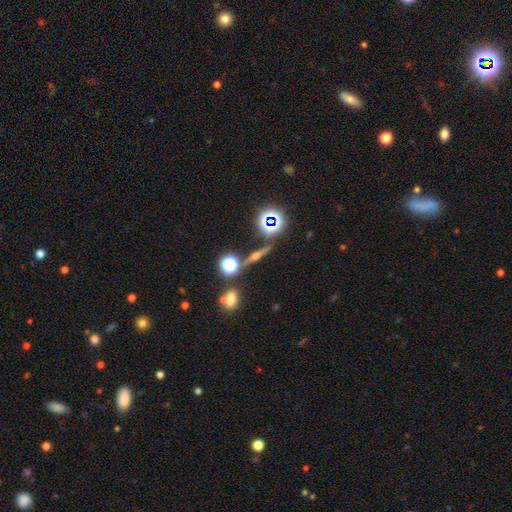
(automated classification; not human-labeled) A featured or disk galaxy (51%) viewed edge-on (90%). Merging: none (82%).